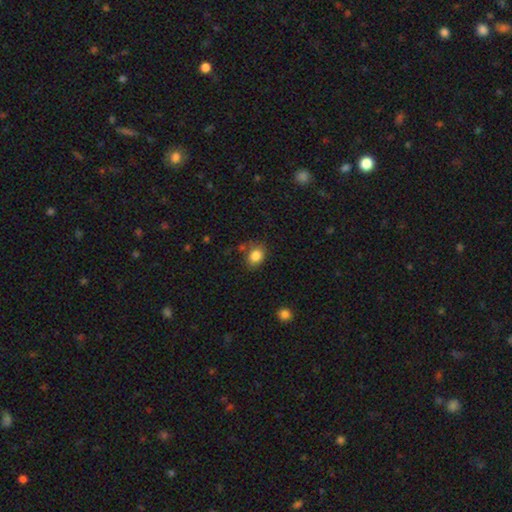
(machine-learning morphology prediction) A smooth galaxy with no disk features (84%) that is round (50%).

Vote fractions:
- Smooth or featured? smooth: 84% / star or artifact: 10% / featured or disk: 6%
- How rounded? round: 50% / in between: 49% / cigar-shaped: 1%
- Merging? none: 69% / minor disturbance: 20% / major disturbance: 5% / merger: 5%